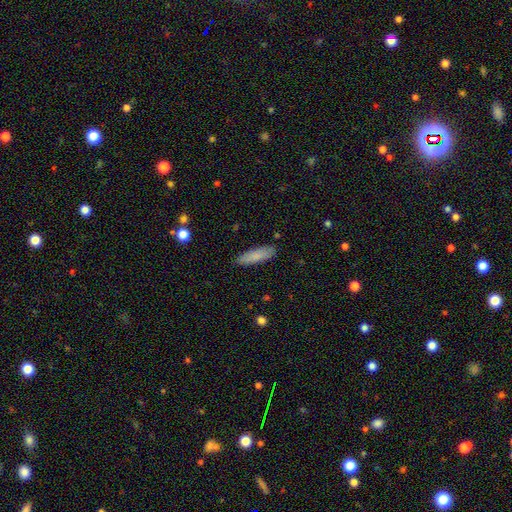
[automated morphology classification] Smooth or featured: smooth — 82% (featured or disk — 12%)
How rounded: cigar-shaped — 63% (in between — 36%)
Merging: none — 87% (minor disturbance — 10%)